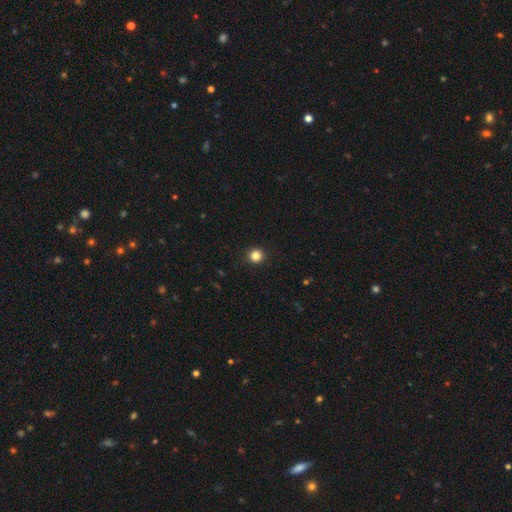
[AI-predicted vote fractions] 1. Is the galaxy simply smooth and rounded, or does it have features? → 84% smooth, 12% star or artifact, 4% featured or disk.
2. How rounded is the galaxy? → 95% round, 4% in between, 1% cigar-shaped.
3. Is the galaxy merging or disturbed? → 93% none, 4% minor disturbance, 1% major disturbance, 1% merger.